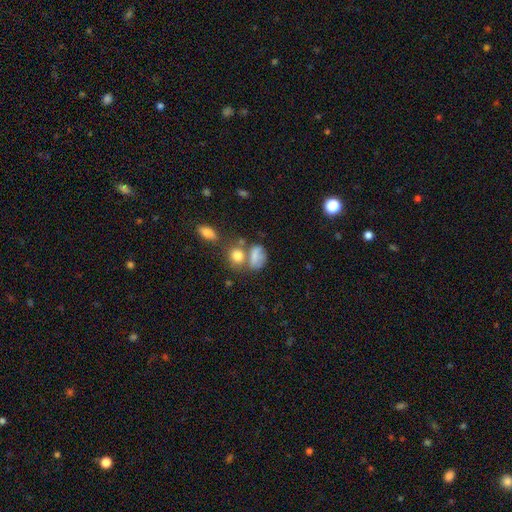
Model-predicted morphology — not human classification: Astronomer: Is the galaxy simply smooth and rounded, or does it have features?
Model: smooth — 72%.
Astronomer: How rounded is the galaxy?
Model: in between — 69%.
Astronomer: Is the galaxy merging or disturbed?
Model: merger — 35% (runner-up: none, 33%).